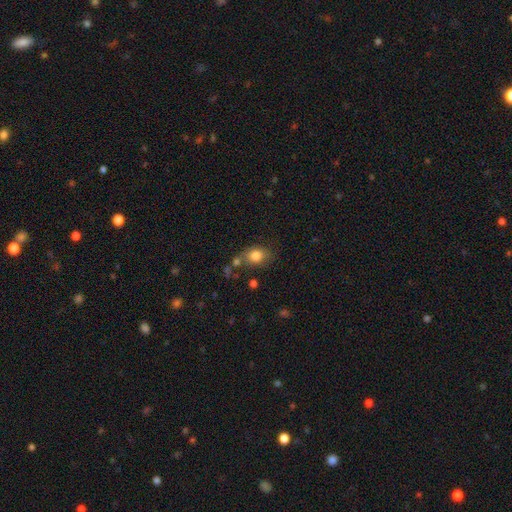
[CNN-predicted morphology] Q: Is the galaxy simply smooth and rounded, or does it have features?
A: smooth — 81%.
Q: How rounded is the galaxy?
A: in between — 58%.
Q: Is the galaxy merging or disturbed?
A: none — 58%.